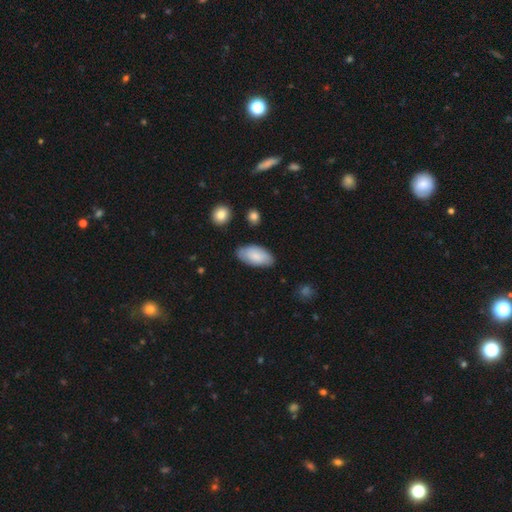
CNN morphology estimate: smooth 82%, featured or disk 12%, star or artifact 6%. Down the decision tree: how rounded — in between (94%); merging — none (79%).